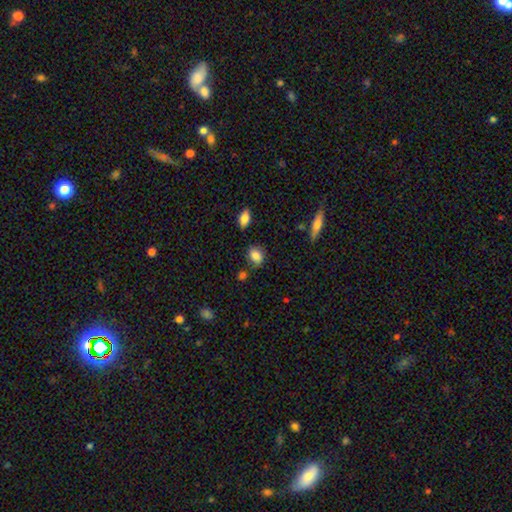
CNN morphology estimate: Overall: smooth (84%). How rounded: in between (61%; round 37%). Merging: none (70%).